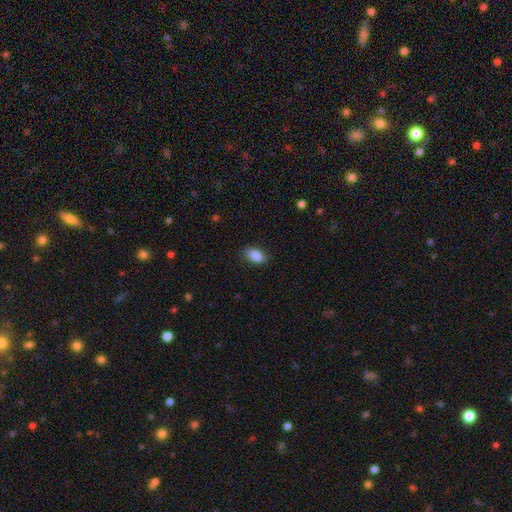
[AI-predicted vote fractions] The model was most divided on "merging": none: 82%, minor disturbance: 14%, major disturbance: 3%, merger: 1%. More confident: how rounded — in between (89%); smooth or featured — smooth (88%).